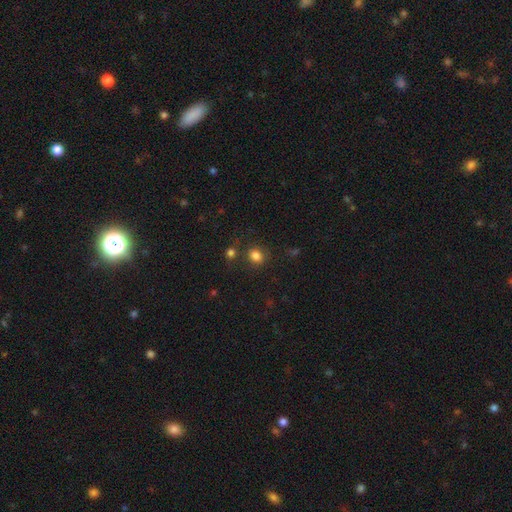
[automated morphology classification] This appears to be a smooth galaxy with no disk features (82%) that is round (65%). Merging: none (75%).